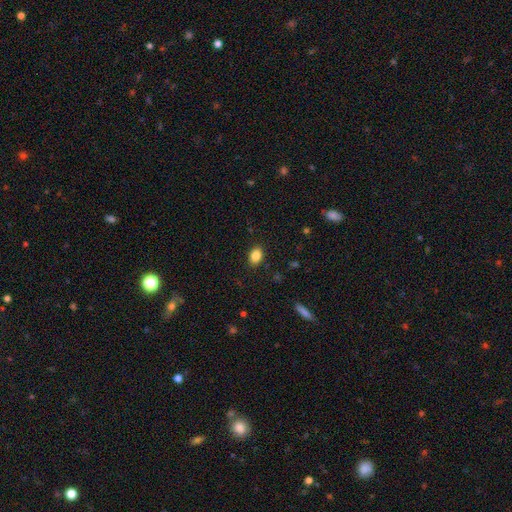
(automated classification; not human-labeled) This is clearly a smooth galaxy (85%). How rounded: likely in between (75%). Merging: clearly none (88%).